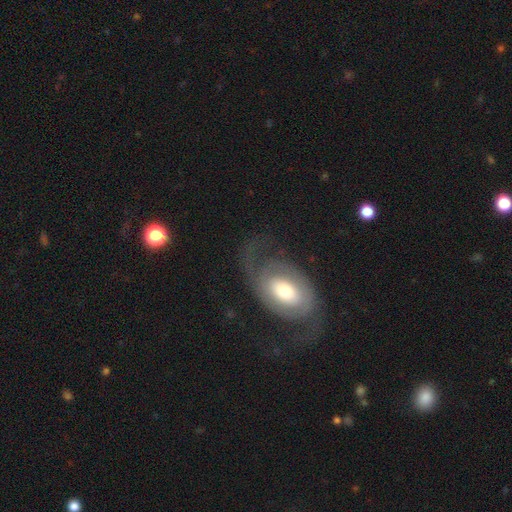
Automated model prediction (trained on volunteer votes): smooth-or-featured: featured or disk: 81% | smooth: 13% | star or artifact: 6%
  disk-edge-on: no: 96% | yes: 4%
    bar: no: 49% | weak: 37% | strong: 14%
    has-spiral-arms: yes: 91% | no: 9%
      spiral-winding: medium: 42% | loose: 32% | tight: 26%
      spiral-arm-count: 2: 86% | can't tell: 6% | 1: 3% | 3: 2% | 4: 1% | more than 4: 1%
    bulge-size: moderate: 62% | large: 21% | small: 12% | dominant: 3% | none: 1%
  merging: none: 67% | major disturbance: 16% | minor disturbance: 15% | merger: 2%